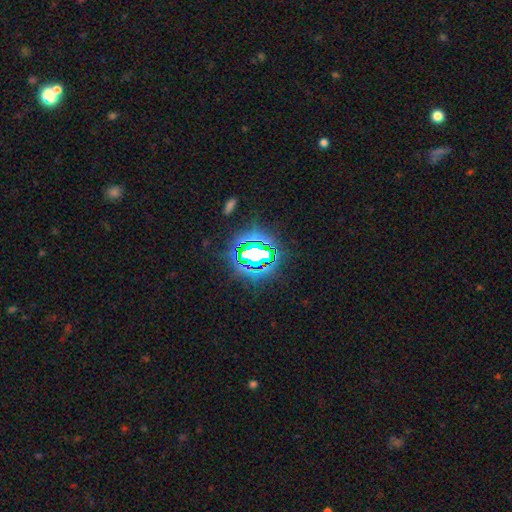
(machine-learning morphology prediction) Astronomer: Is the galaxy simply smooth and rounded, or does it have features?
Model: star or artifact — 73%.